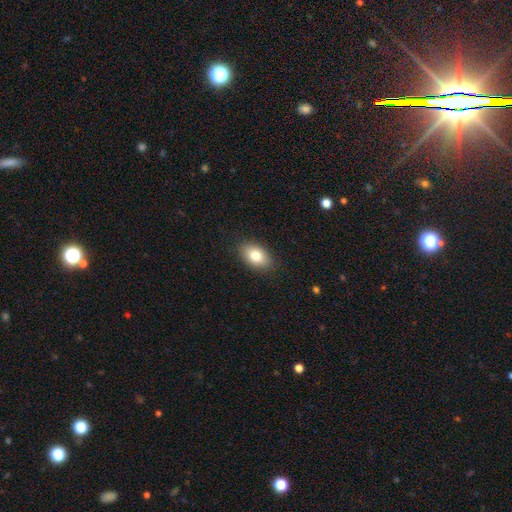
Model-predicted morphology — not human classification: A smooth galaxy with no disk features (80%) that is in between round and cigar-shaped (89%).

Vote fractions:
- Smooth or featured? smooth: 80% / featured or disk: 12% / star or artifact: 8%
- How rounded? in between: 89% / round: 10% / cigar-shaped: 2%
- Merging? none: 88% / minor disturbance: 9% / major disturbance: 2% / merger: 1%